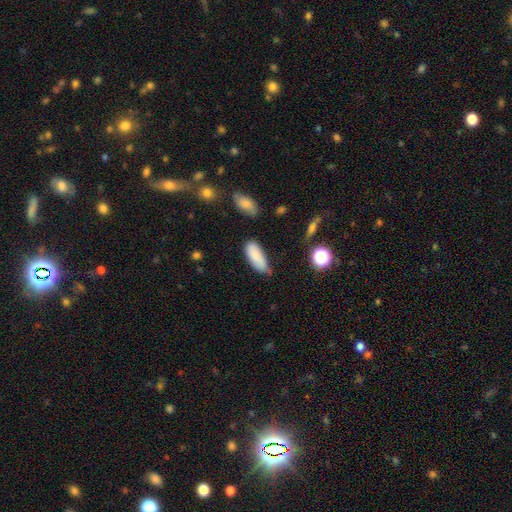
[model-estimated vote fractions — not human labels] smooth 82%, featured or disk 10%, star or artifact 8%. Down the decision tree: how rounded — in between (78%); merging — none (56%).